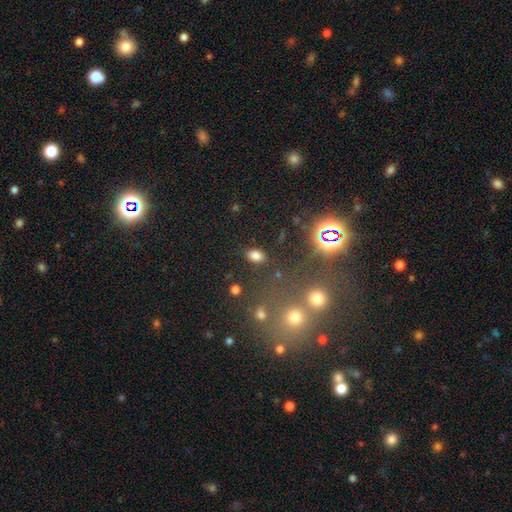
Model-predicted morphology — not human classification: The model was most divided on "smooth or featured": smooth: 77%, star or artifact: 16%, featured or disk: 7%. More confident: how rounded — in between (84%); merging — none (83%).